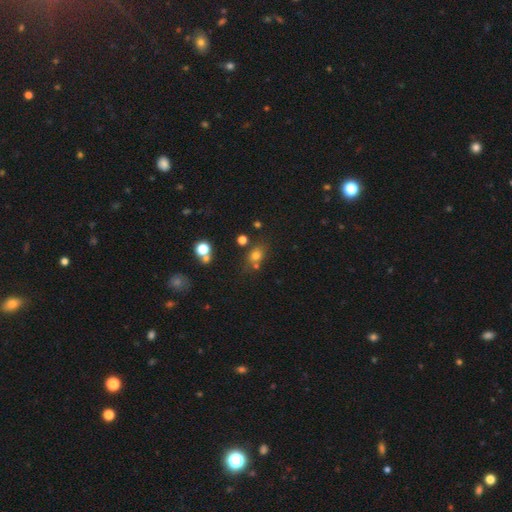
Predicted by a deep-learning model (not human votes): Smooth or featured: smooth — 71% (star or artifact — 19%)
How rounded: round — 53% (in between — 45%)
Merging: none — 64% (merger — 16%)